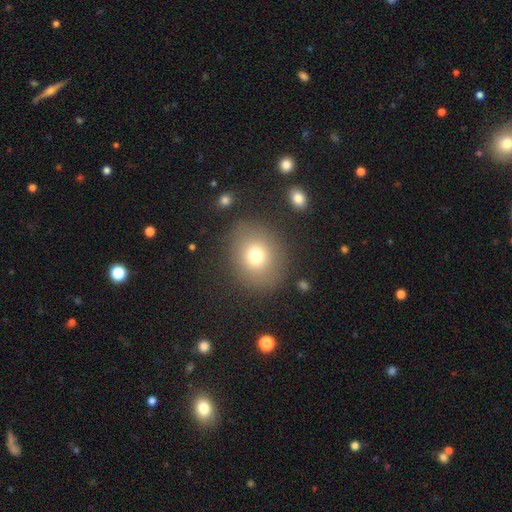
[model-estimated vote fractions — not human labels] Overall: smooth (74%). How rounded: round (70%). Merging: none (82%).